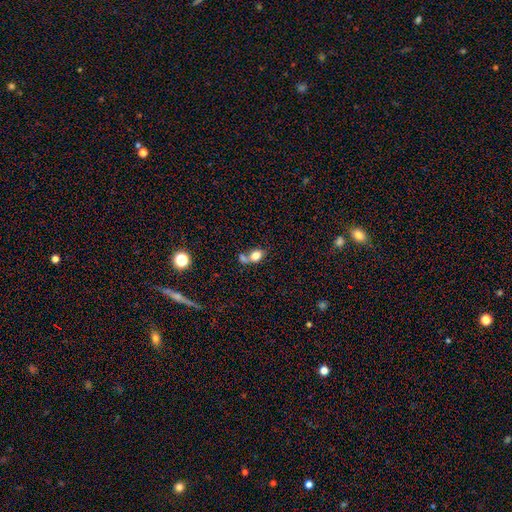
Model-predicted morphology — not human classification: A smooth galaxy with no disk features (77%) that is in between round and cigar-shaped (66%).

Vote fractions:
- Smooth or featured? smooth: 77% / featured or disk: 12% / star or artifact: 10%
- How rounded? in between: 66% / round: 32% / cigar-shaped: 2%
- Merging? merger: 46% / none: 35% / minor disturbance: 12% / major disturbance: 7%